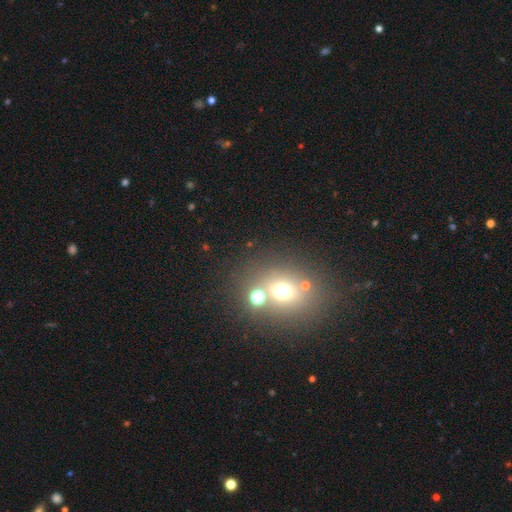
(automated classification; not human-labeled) The model was most divided on "smooth or featured": star or artifact: 45%, smooth: 39%, featured or disk: 16%.